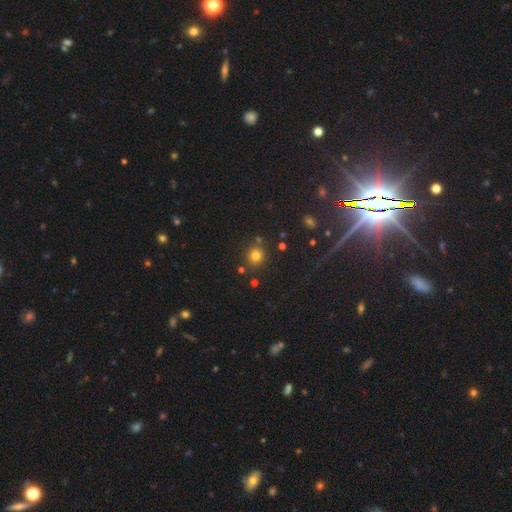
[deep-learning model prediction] Q: Smooth or featured?
A: smooth (76%); runner-up: star or artifact (17%)
Q: How rounded?
A: round (89%); runner-up: in between (10%)
Q: Merging?
A: none (82%); runner-up: minor disturbance (8%)